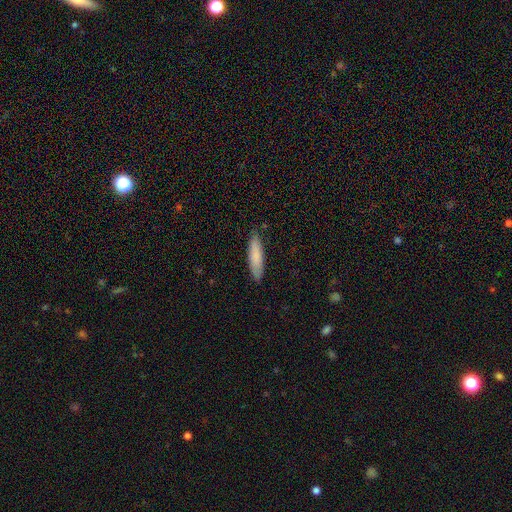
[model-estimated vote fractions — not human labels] Smooth or featured? smooth (84%)
How rounded? cigar-shaped (72%)
Merging? none (84%)